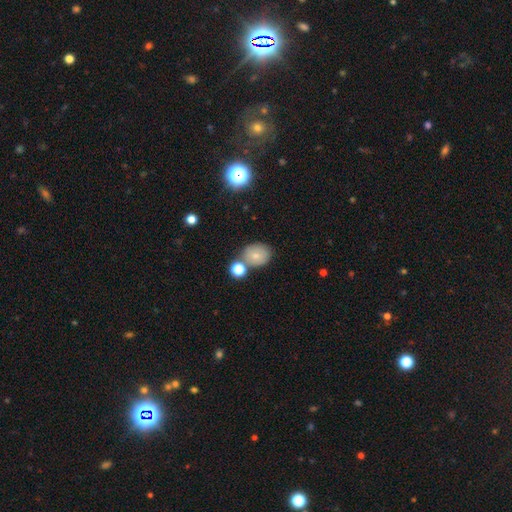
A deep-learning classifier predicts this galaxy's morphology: Smooth or featured?
  - smooth: 74% *
  - featured or disk: 15%
  - star or artifact: 12%
How rounded?
  - round: 62% *
  - in between: 37%
  - cigar-shaped: 1%
Merging?
  - none: 63% *
  - merger: 19%
  - minor disturbance: 14%
  - major disturbance: 4%